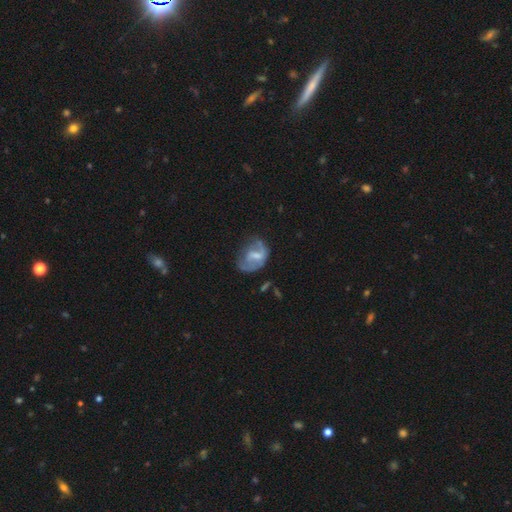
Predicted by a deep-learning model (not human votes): smooth_or_featured: featured or disk (p=0.58) [alt: smooth p=0.34]
disk_edge_on: no (p=0.96) [alt: yes p=0.04]
bar: weak (p=0.47) [alt: no p=0.35]
has_spiral_arms: yes (p=0.57) [alt: no p=0.43]
bulge_size: small (p=0.35) [tied with: moderate p=0.35]
merging: none (p=0.39) [alt: major disturbance p=0.29]